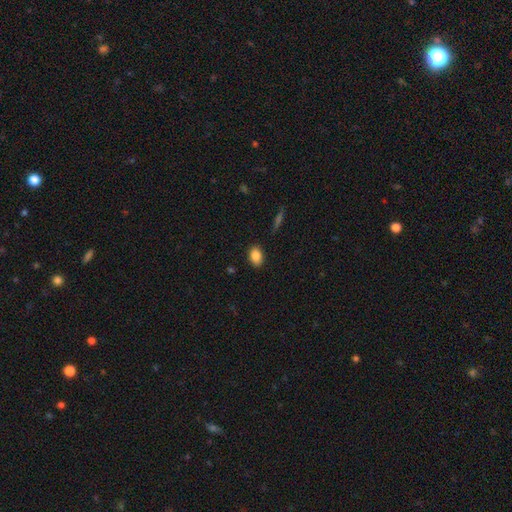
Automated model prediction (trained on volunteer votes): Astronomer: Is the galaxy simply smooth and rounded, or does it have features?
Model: smooth — 86%.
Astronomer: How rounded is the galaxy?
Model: in between — 81%.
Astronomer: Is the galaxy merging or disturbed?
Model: none — 87%.